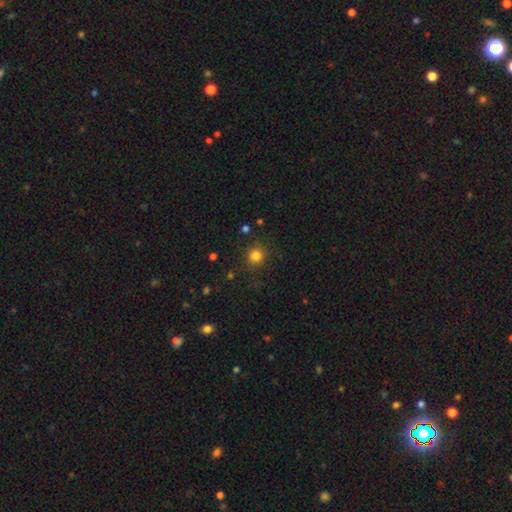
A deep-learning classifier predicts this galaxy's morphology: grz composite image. It shows a smooth galaxy with no disk features (82%) that is round (92%). Merging: none (89%).